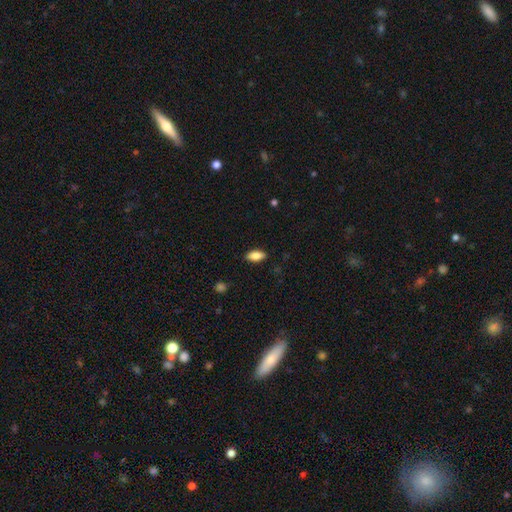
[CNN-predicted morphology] This appears to be a smooth galaxy with no disk features (85%) that is in between round and cigar-shaped (88%). Merging: none (88%).